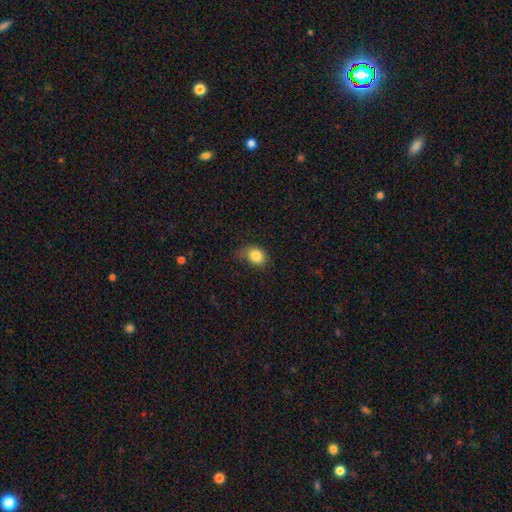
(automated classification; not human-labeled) This is clearly a smooth galaxy (83%). How rounded: possibly in between (52%). Merging: possibly none (56%).